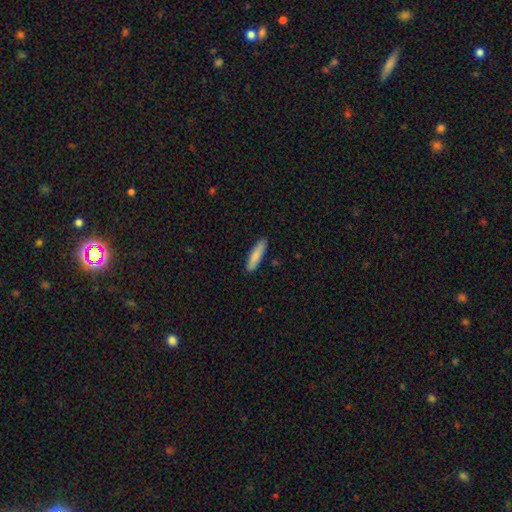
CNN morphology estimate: This is clearly a smooth galaxy (85%). How rounded: likely cigar-shaped (74%). Merging: clearly none (88%).